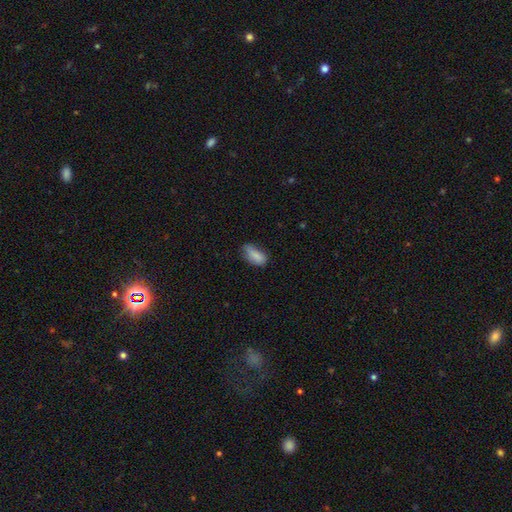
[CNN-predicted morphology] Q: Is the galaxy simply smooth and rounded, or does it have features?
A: smooth — 85%.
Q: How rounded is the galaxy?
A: in between — 86%.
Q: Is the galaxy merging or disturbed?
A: none — 57%.